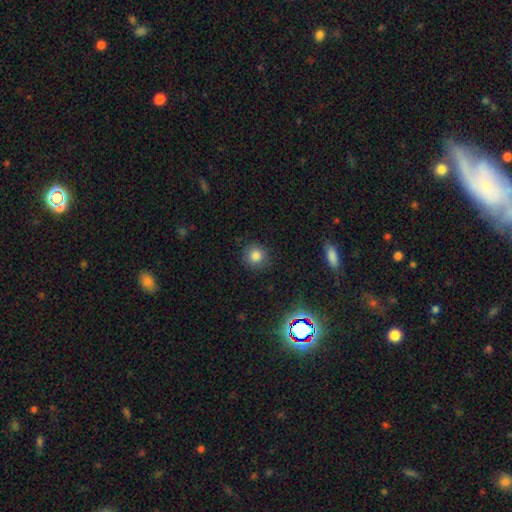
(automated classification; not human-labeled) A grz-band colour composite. It shows a smooth galaxy with no disk features (81%) that is round (91%). Merging: none (86%).